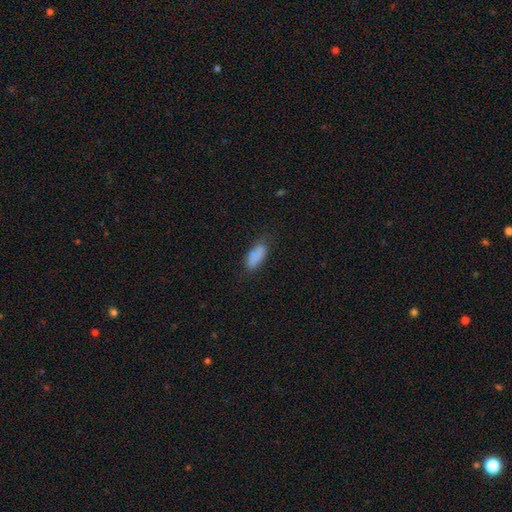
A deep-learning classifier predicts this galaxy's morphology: Smooth or featured? Predicted: smooth (p=0.81). How rounded? Predicted: in between (p=0.84). Merging? Predicted: none (p=0.64).